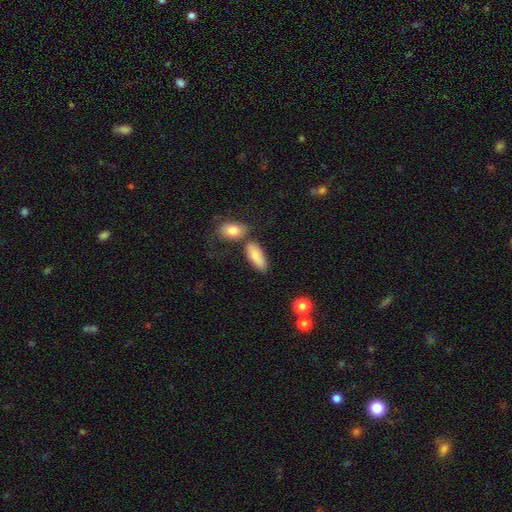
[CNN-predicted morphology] smooth 84%, featured or disk 10%, star or artifact 6%. Down the decision tree: how rounded — in between (82%); merging — none (61%).